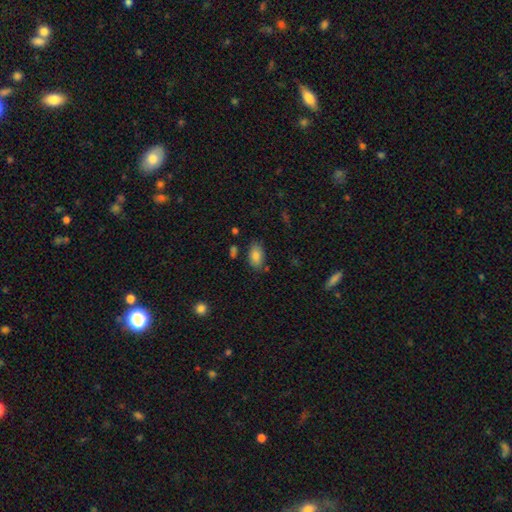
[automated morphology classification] A smooth galaxy with no disk features (84%) that is in between round and cigar-shaped (93%). Merging: none (78%).